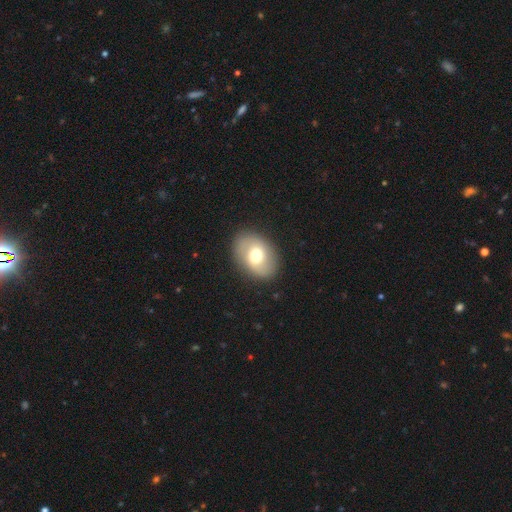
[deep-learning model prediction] Overall: smooth (56%; featured or disk 37%). How rounded: in between (74%). Merging: none (85%).